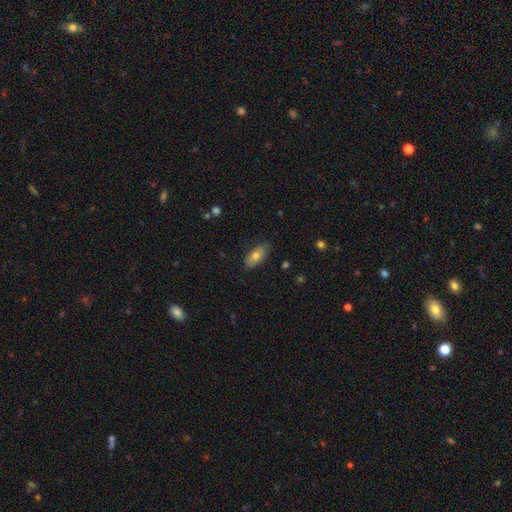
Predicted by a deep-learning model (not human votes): Smooth or featured? smooth (72%)
How rounded? in between (86%)
Merging? none (80%)